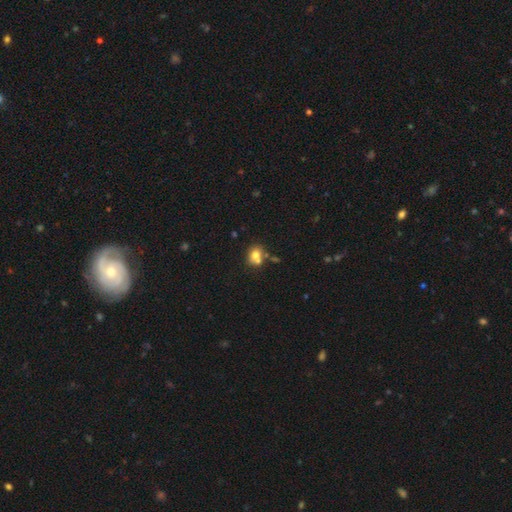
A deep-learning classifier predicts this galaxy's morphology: Overall: smooth (73%). How rounded: round (63%; in between 36%). Merging: none (48%; merger 35%).